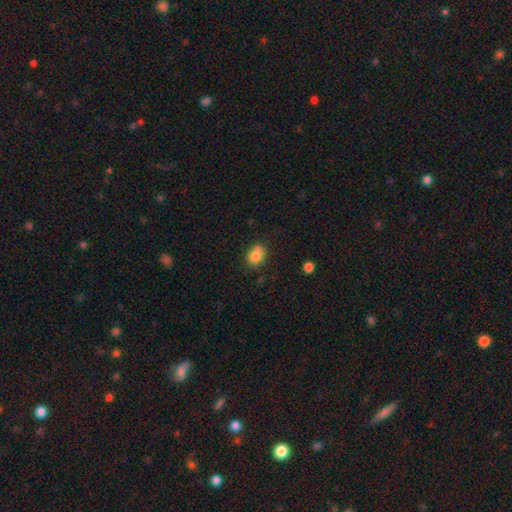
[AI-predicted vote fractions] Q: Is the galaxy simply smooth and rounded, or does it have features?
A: smooth — 83%.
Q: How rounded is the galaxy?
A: in between — 67%.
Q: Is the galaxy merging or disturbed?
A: none — 68%.